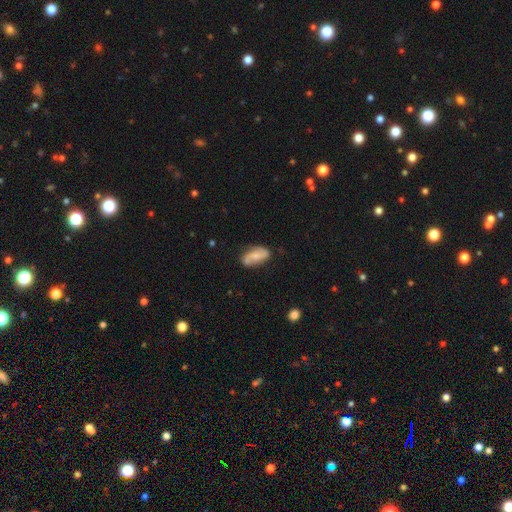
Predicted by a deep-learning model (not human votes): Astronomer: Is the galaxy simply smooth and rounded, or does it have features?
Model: featured or disk — 55% (runner-up: smooth, 38%).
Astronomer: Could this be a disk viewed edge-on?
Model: no — 93%.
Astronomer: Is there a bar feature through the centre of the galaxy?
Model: no — 54% (runner-up: weak, 34%).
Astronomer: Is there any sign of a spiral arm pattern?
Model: yes — 83%.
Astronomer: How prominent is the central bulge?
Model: small — 47% (runner-up: moderate, 40%).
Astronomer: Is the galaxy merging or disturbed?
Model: none — 66%.